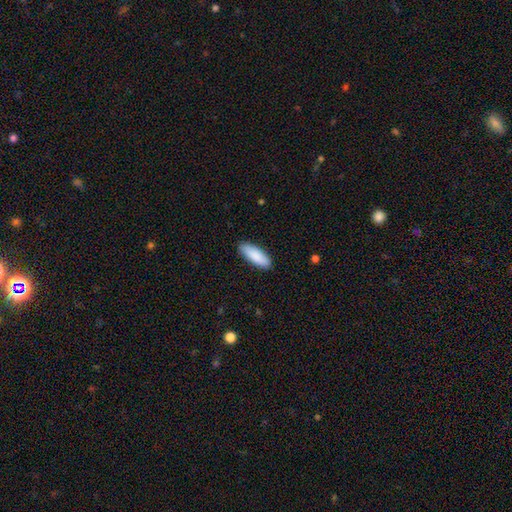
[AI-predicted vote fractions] Q: Smooth or featured?
A: smooth (88%); runner-up: featured or disk (7%)
Q: How rounded?
A: in between (61%); runner-up: cigar-shaped (37%)
Q: Merging?
A: none (89%); runner-up: minor disturbance (9%)